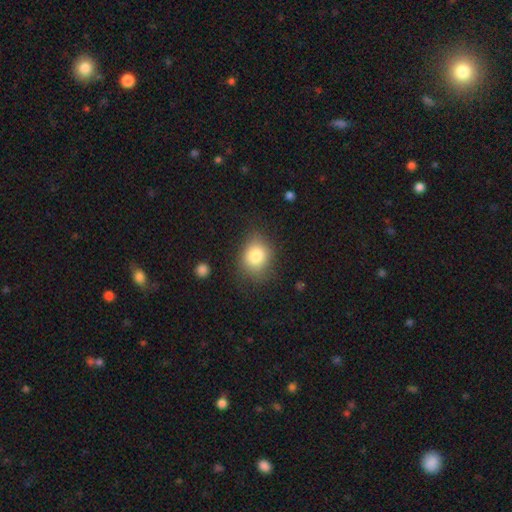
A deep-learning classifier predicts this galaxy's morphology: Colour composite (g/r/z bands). It shows a smooth galaxy with no disk features (81%) that is round (51%). Merging: none (73%).